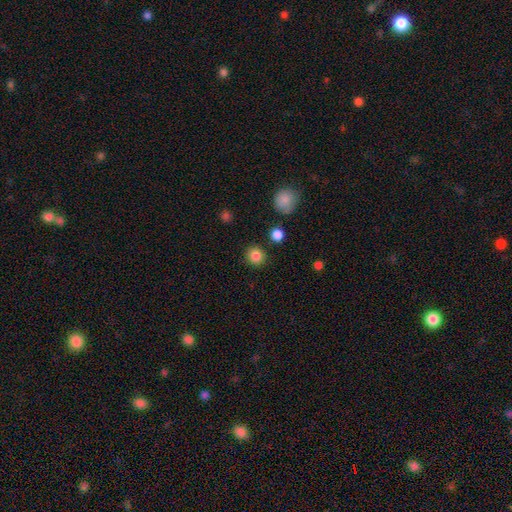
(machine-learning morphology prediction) A smooth galaxy with no disk features (85%) that is round (87%).

Vote fractions:
- Smooth or featured? smooth: 85% / star or artifact: 11% / featured or disk: 4%
- How rounded? round: 87% / in between: 12% / cigar-shaped: 1%
- Merging? none: 86% / minor disturbance: 8% / merger: 3% / major disturbance: 3%